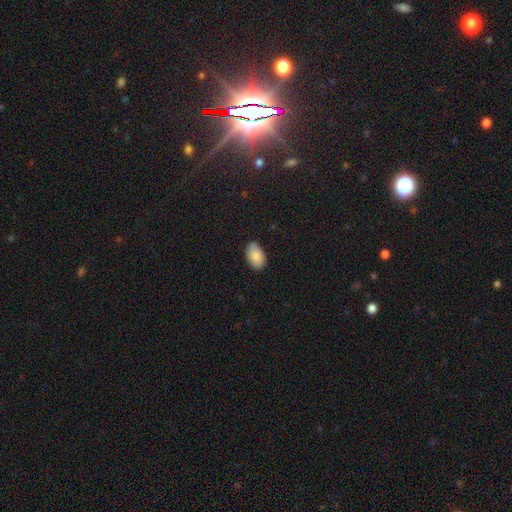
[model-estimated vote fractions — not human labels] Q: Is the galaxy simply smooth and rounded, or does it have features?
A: smooth — 86%.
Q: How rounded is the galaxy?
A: in between — 91%.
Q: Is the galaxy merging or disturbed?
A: none — 81%.